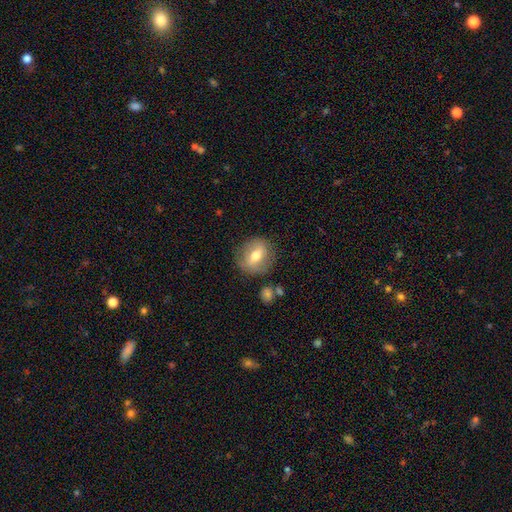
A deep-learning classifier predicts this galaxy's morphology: smooth_or_featured: smooth (p=0.58) [alt: featured or disk p=0.34]
how_rounded: round (p=0.68) [alt: in between p=0.30]
merging: none (p=0.80) [alt: minor disturbance p=0.13]